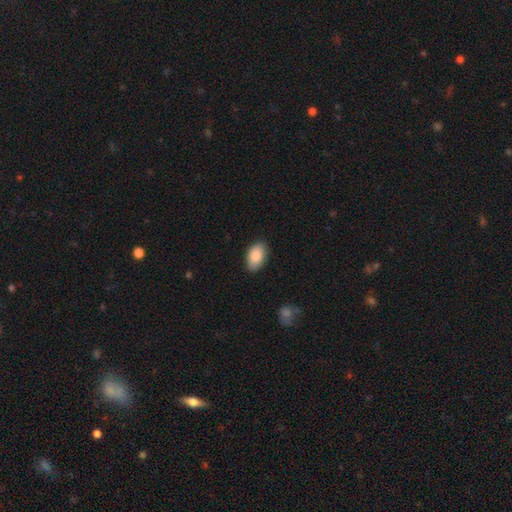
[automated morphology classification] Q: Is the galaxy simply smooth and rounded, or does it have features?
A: smooth — 87%.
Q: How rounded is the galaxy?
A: in between — 93%.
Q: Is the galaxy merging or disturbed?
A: none — 85%.